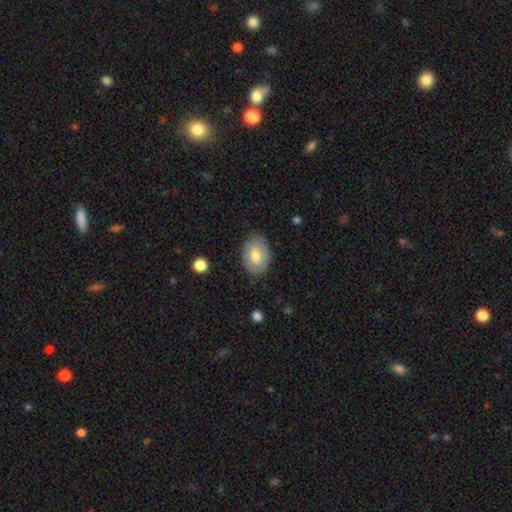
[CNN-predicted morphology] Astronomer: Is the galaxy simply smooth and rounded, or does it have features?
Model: smooth — 71%.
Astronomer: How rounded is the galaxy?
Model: in between — 86%.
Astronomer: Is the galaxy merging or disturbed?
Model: none — 81%.